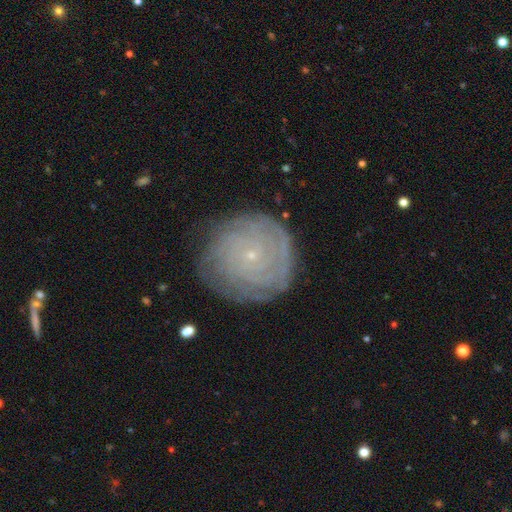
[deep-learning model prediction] smooth-or-featured: featured or disk: 68% | smooth: 21% | star or artifact: 11%
  disk-edge-on: no: 97% | yes: 3%
    bar: no: 86% | weak: 11% | strong: 3%
    has-spiral-arms: yes: 90% | no: 10%
      spiral-winding: tight: 86% | medium: 11% | loose: 3%
      spiral-arm-count: can't tell: 42% | 4: 15% | more than 4: 14% | 3: 11% | 2: 11% | 1: 7%
    bulge-size: small: 91% | moderate: 5% | none: 2% | dominant: 1% | large: 1%
  merging: none: 82% | minor disturbance: 13% | major disturbance: 4% | merger: 1%